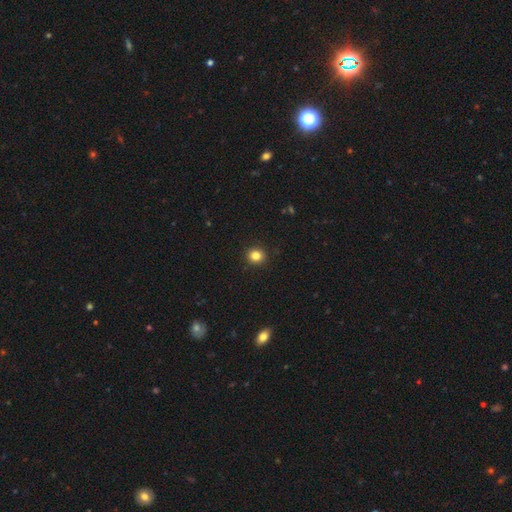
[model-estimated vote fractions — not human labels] Smooth or featured? smooth (83%)
How rounded? round (87%)
Merging? none (92%)